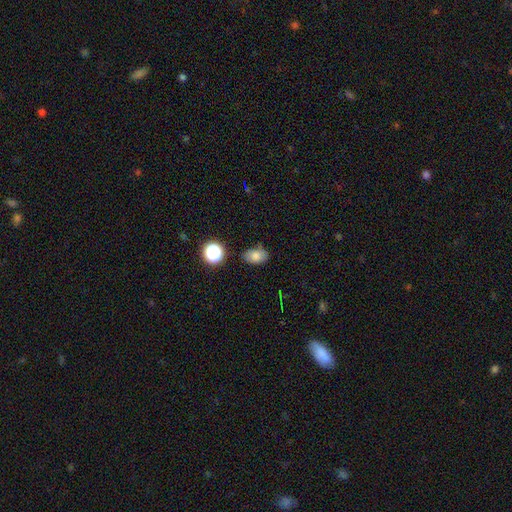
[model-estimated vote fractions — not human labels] Overall: smooth (77%). How rounded: in between (82%). Merging: none (74%).